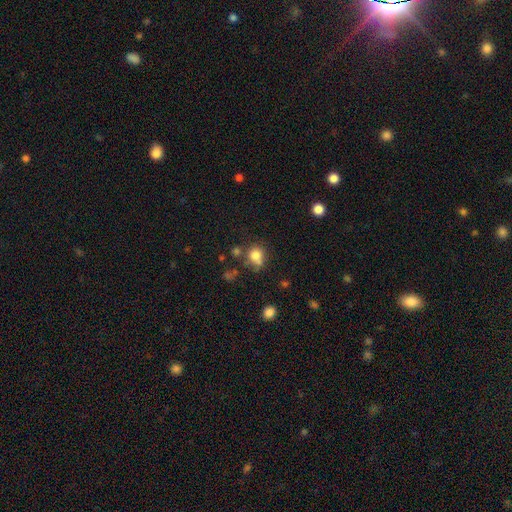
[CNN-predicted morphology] The model was most divided on "merging": none: 56%, minor disturbance: 19%, merger: 17%, major disturbance: 8%. More confident: smooth or featured — smooth (79%); how rounded — round (76%).